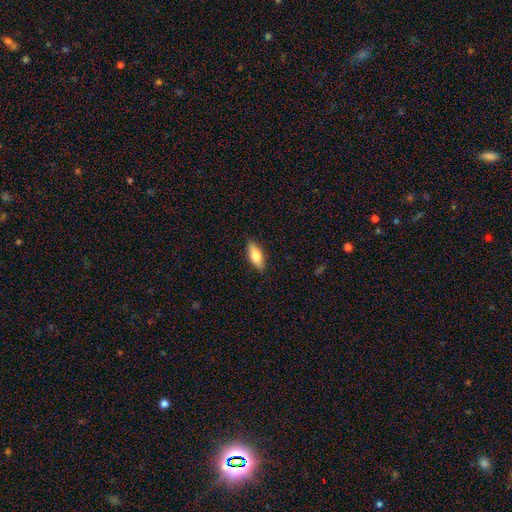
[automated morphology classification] This is likely a smooth galaxy (68%). How rounded: likely in between (68%). Merging: clearly none (88%).